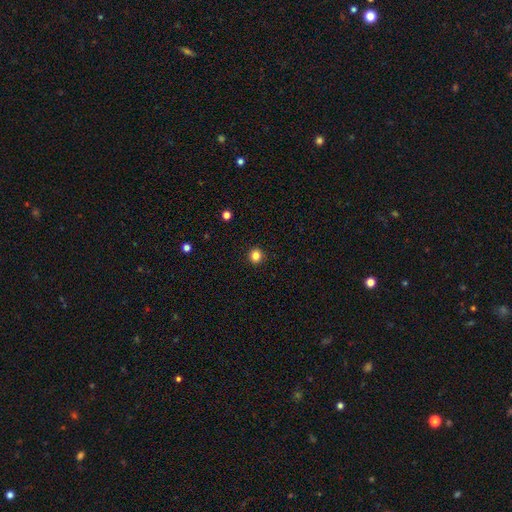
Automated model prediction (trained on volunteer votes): smooth-or-featured: smooth: 84% | star or artifact: 12% | featured or disk: 4%
  how-rounded: round: 93% | in between: 6% | cigar-shaped: 1%
  merging: none: 93% | minor disturbance: 4% | major disturbance: 2% | merger: 1%